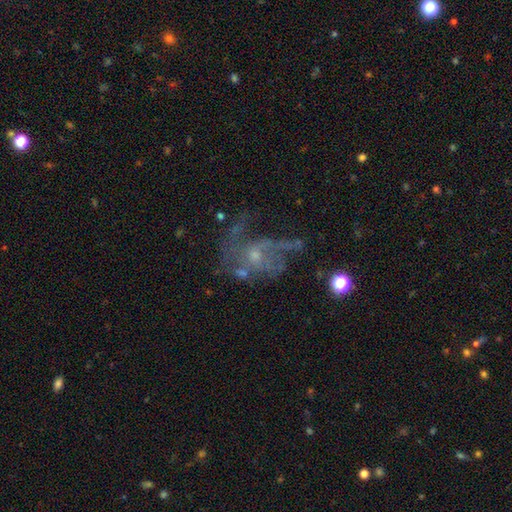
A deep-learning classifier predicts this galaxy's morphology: This is likely a featured or disk galaxy (70%). It is clearly not viewed edge-on (97%). Bar: likely no (78%). Spiral arm pattern: likely yes (66%). Central bulge: possibly small (60%). Merging: marginally major disturbance (40%).